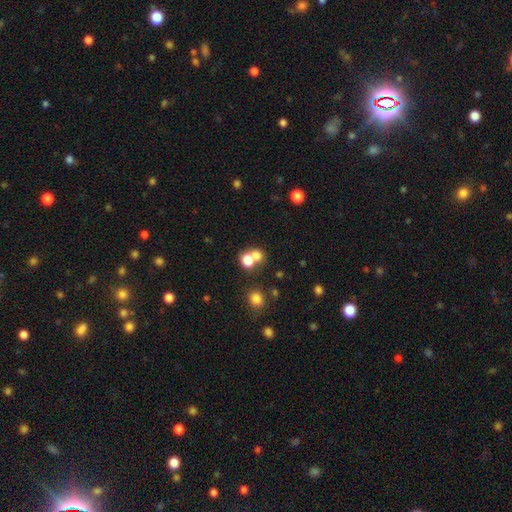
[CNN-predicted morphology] A smooth galaxy with no disk features (70%) that is round (70%). Merging: merger (49%).